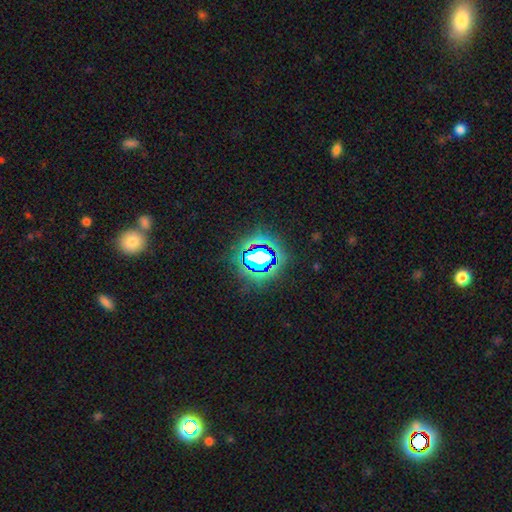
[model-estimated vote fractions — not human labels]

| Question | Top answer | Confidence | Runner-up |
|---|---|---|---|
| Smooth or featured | star or artifact | 72% | smooth (17%) |